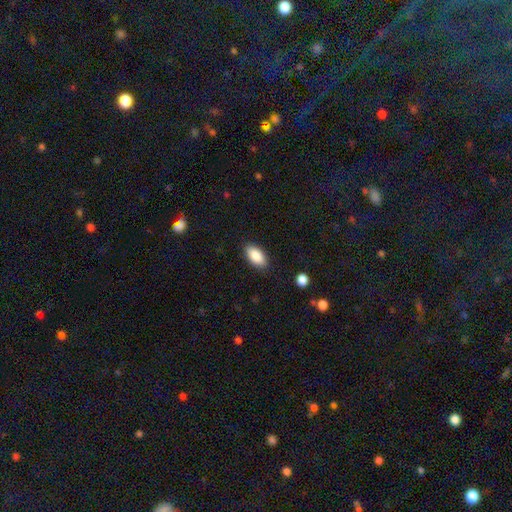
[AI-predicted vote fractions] Q: Smooth or featured?
A: smooth (88%); runner-up: star or artifact (7%)
Q: How rounded?
A: in between (93%); runner-up: cigar-shaped (4%)
Q: Merging?
A: none (86%); runner-up: minor disturbance (10%)